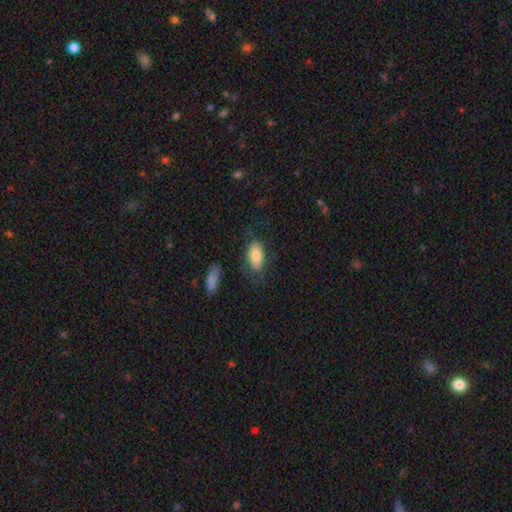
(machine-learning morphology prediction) This is clearly a smooth galaxy (81%). How rounded: clearly in between (91%). Merging: likely none (72%).